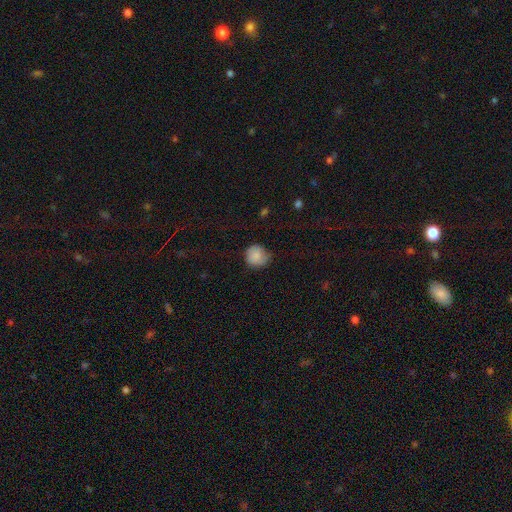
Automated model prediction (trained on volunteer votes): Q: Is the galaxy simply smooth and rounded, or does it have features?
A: smooth — 82%.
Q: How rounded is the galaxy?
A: round — 87%.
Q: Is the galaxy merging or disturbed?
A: none — 65%.